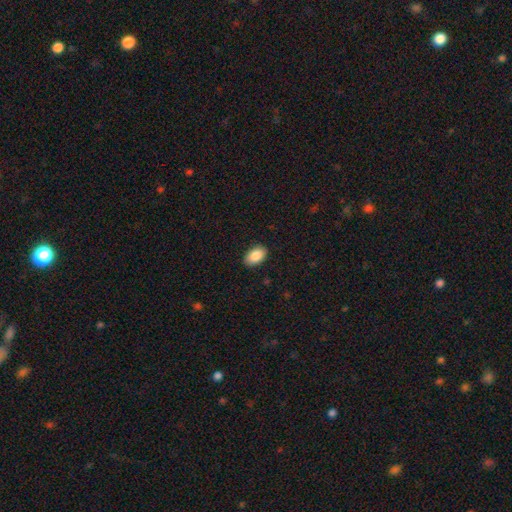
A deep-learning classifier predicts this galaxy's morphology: type=smooth (88%); roundness=in between (92%); merging=none (89%).